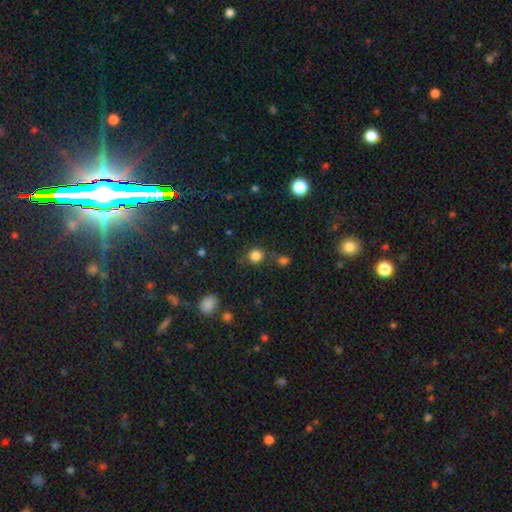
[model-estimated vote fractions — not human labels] Smooth or featured? smooth (82%)
How rounded? round (89%)
Merging? none (80%)